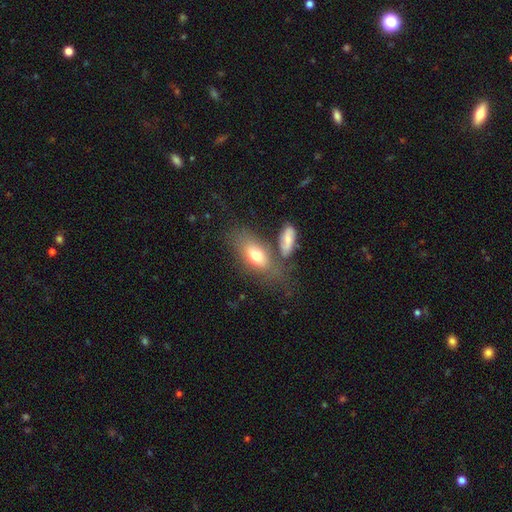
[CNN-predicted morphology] Smooth or featured? Predicted: smooth (p=0.72). How rounded? Predicted: in between (p=0.84). Merging? Predicted: none (p=0.52).